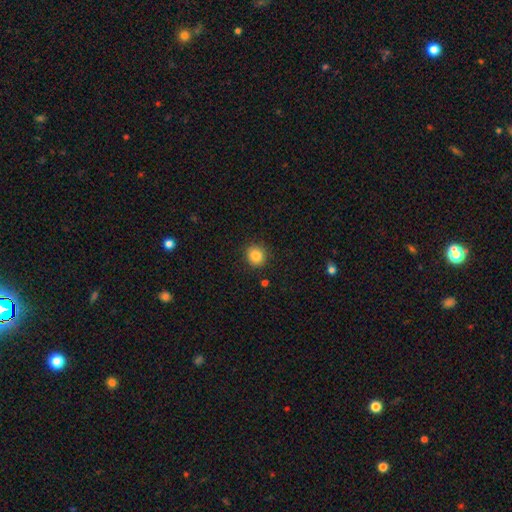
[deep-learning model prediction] Smooth or featured: smooth — 84% (star or artifact — 10%)
How rounded: round — 87% (in between — 12%)
Merging: none — 89% (minor disturbance — 7%)